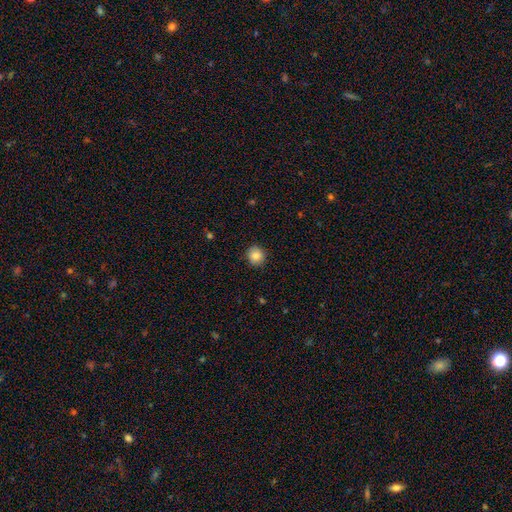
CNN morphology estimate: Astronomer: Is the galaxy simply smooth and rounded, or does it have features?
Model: smooth — 86%.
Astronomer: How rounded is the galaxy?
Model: round — 90%.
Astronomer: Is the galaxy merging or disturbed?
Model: none — 90%.